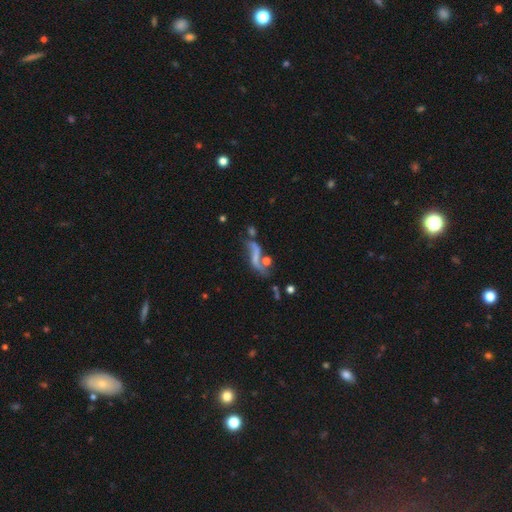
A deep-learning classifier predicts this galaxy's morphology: A featured or disk galaxy (63%) with no bar (47%), spiral arms (69%) and no central bulge (60%). Merging: none (35%).